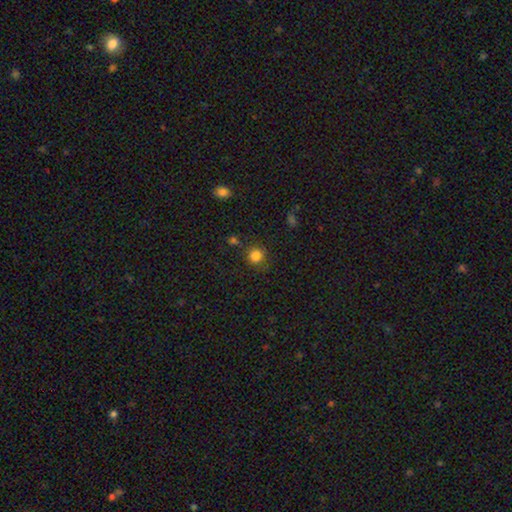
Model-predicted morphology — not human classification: This appears to be a smooth galaxy with no disk features (83%) that is round (91%). Merging: none (82%).